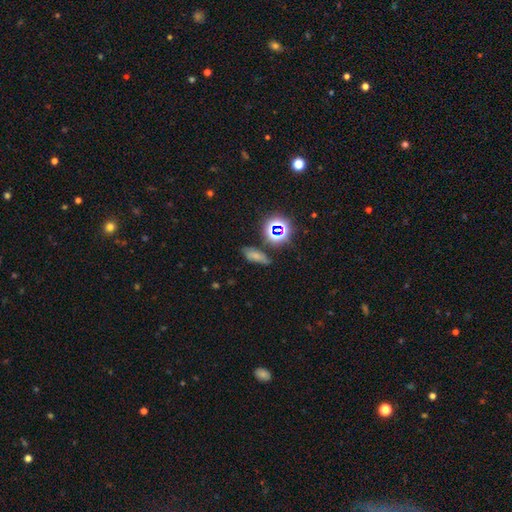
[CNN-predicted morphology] smooth_or_featured: smooth (p=0.60) [alt: star or artifact p=0.26]
how_rounded: in between (p=0.65) [alt: cigar-shaped p=0.24]
merging: none (p=0.67) [alt: minor disturbance p=0.20]